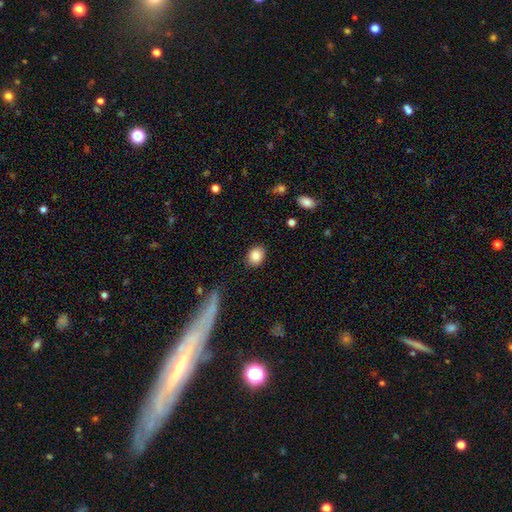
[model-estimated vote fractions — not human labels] This is clearly a smooth galaxy (86%). How rounded: possibly round (51%). Merging: clearly none (87%).